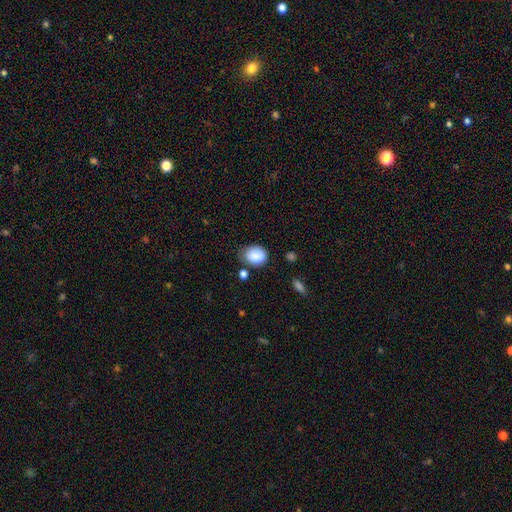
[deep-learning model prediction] Smooth or featured: smooth — 87% (star or artifact — 8%)
How rounded: in between — 60% (round — 39%)
Merging: none — 68% (minor disturbance — 22%)